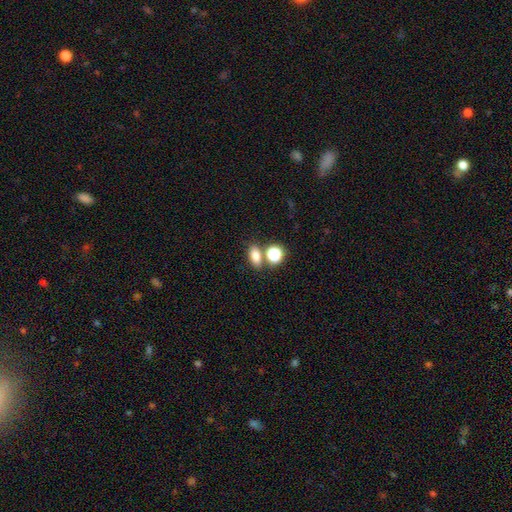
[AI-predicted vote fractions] This is likely a smooth galaxy (79%). How rounded: likely in between (74%). Merging: likely none (64%).